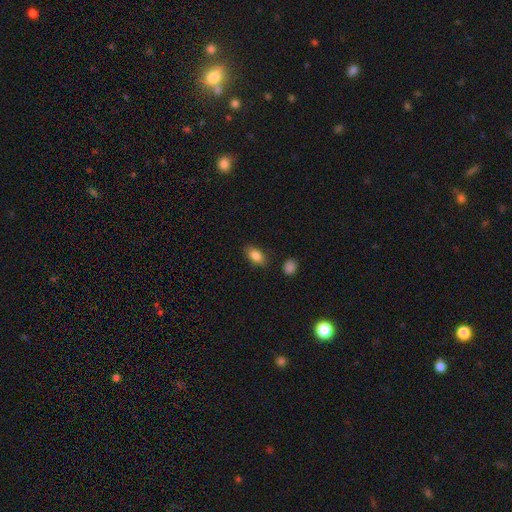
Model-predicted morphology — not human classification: Overall: smooth (84%). How rounded: in between (89%). Merging: none (83%).